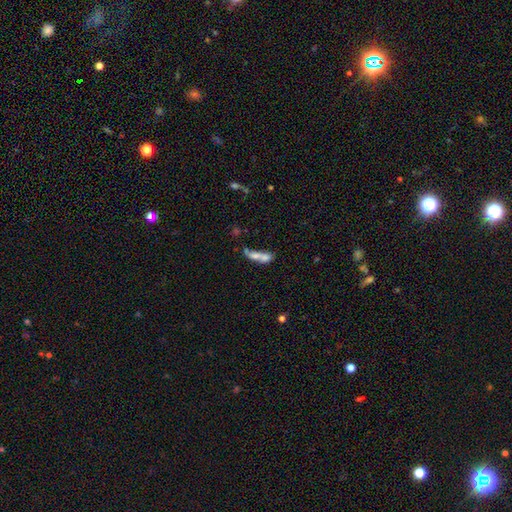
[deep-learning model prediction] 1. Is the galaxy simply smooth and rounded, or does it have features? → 60% smooth, 29% featured or disk, 11% star or artifact.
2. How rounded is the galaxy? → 49% in between, 45% cigar-shaped, 6% round.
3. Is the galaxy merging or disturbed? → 51% merger, 26% none, 12% minor disturbance, 10% major disturbance.